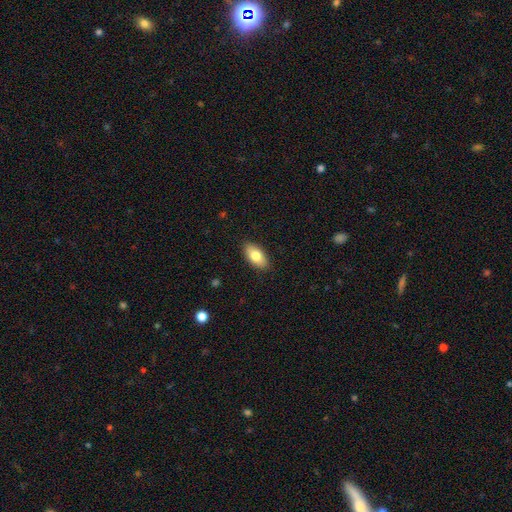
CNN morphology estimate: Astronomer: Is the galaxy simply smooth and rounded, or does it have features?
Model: smooth — 80%.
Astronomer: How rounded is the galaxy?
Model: in between — 92%.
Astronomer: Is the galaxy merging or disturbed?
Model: none — 88%.